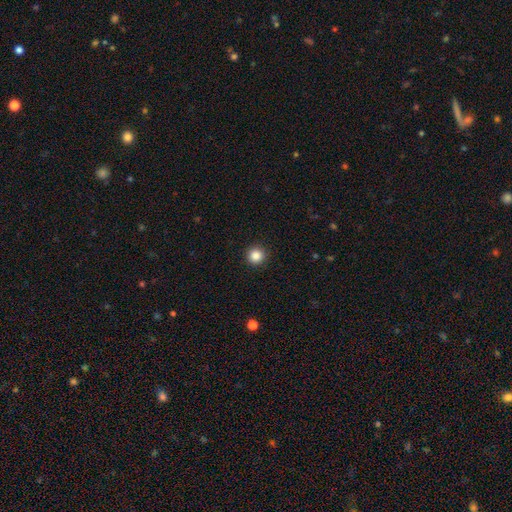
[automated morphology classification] smooth 86%, star or artifact 10%, featured or disk 3%. Down the decision tree: how rounded — round (95%); merging — none (93%).